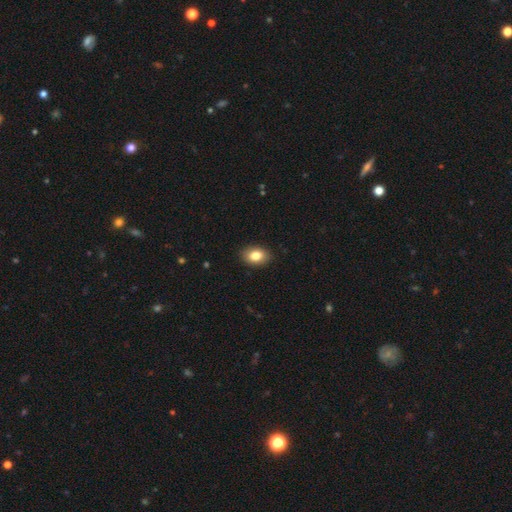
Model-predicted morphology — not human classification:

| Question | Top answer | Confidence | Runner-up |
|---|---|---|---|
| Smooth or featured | smooth | 83% | featured or disk (8%) |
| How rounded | in between | 84% | round (15%) |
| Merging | none | 89% | minor disturbance (8%) |